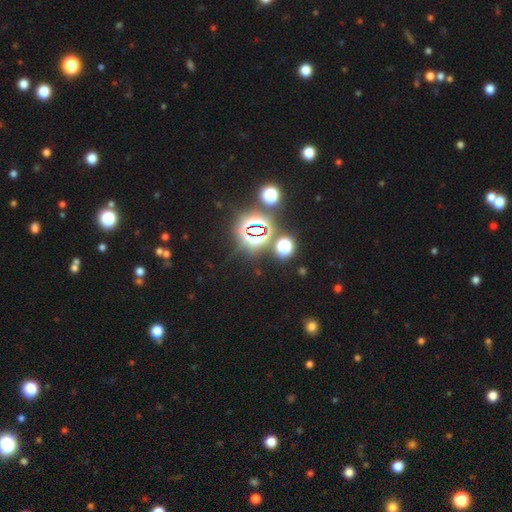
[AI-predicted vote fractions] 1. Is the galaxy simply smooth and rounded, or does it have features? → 80% star or artifact, 13% smooth, 7% featured or disk.